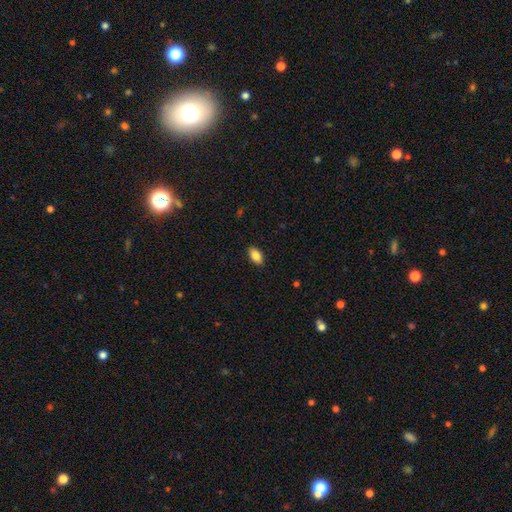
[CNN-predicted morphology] smooth_or_featured: smooth (p=0.85) [alt: featured or disk p=0.08]
how_rounded: in between (p=0.92) [alt: round p=0.04]
merging: none (p=0.89) [alt: minor disturbance p=0.09]